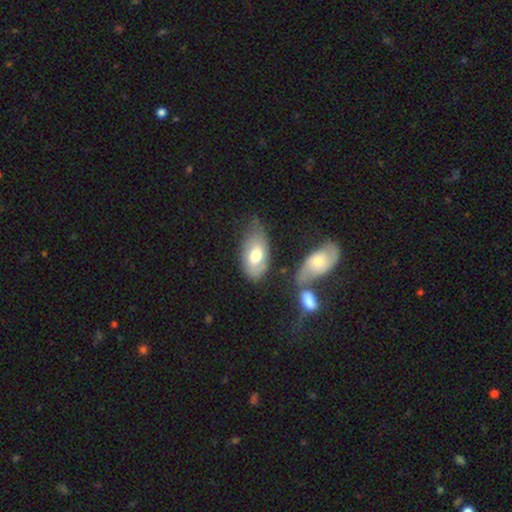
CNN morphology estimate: The model was most divided on "merging": none: 48%, minor disturbance: 28%, merger: 13%, major disturbance: 11%. More confident: how rounded — in between (92%); smooth or featured — smooth (60%).